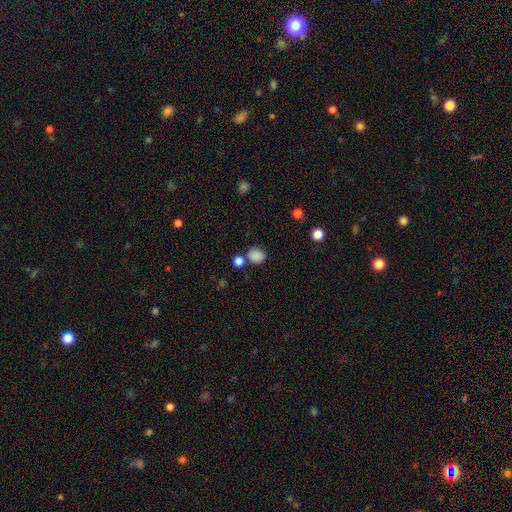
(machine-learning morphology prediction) This appears to be a smooth galaxy with no disk features (85%) that is round (70%). Merging: none (73%).